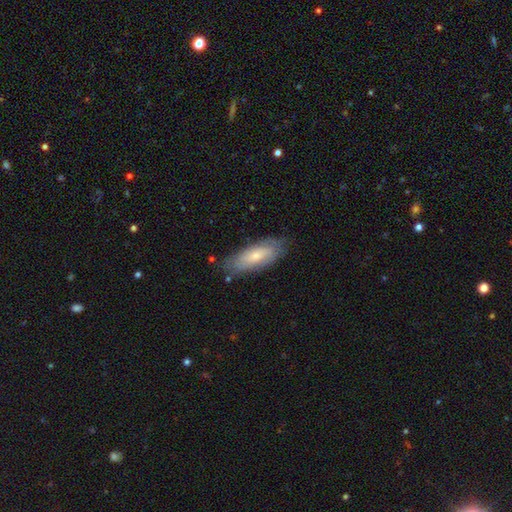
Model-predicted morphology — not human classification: smooth 63%, featured or disk 31%, star or artifact 6%. Down the decision tree: how rounded — in between (70%); merging — none (75%).